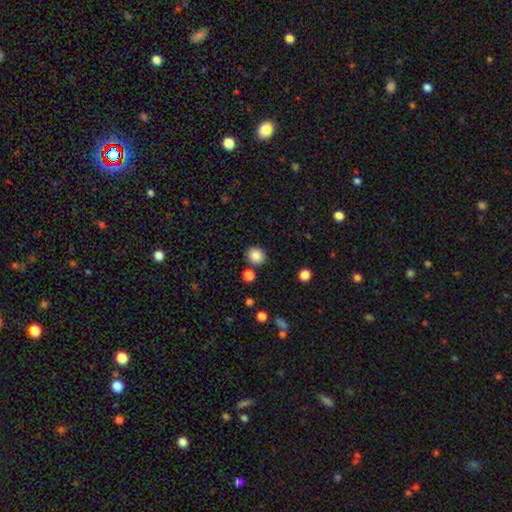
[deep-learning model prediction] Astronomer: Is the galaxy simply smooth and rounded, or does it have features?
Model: smooth — 86%.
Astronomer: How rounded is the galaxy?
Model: round — 77%.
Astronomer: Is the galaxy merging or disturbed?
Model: none — 83%.